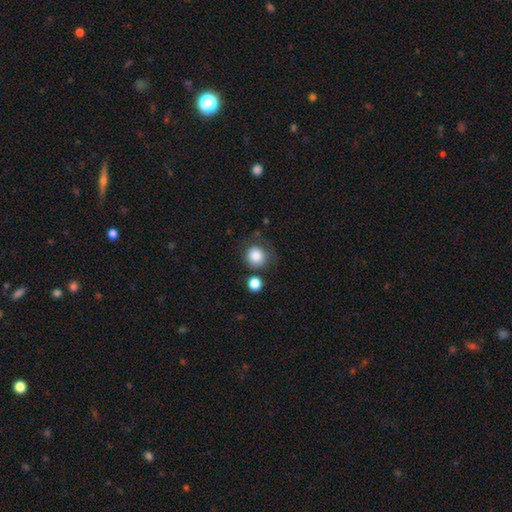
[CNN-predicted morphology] A smooth galaxy with no disk features (85%) that is round (88%).

Vote fractions:
- Smooth or featured? smooth: 85% / star or artifact: 9% / featured or disk: 6%
- How rounded? round: 88% / in between: 11% / cigar-shaped: 1%
- Merging? none: 67% / minor disturbance: 16% / merger: 10% / major disturbance: 7%